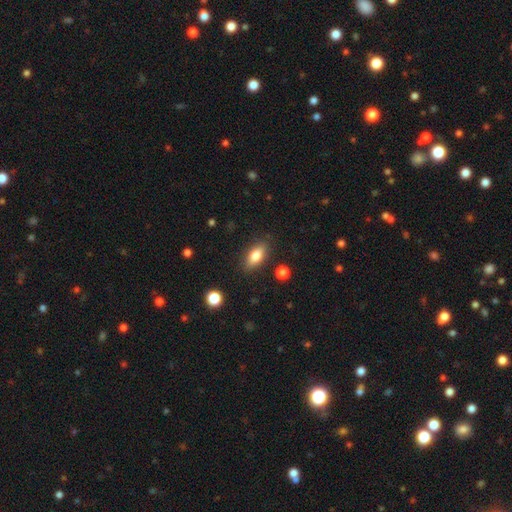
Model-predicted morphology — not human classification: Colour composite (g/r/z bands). It shows a smooth galaxy with no disk features (79%) that is in between round and cigar-shaped (83%). Merging: none (86%).